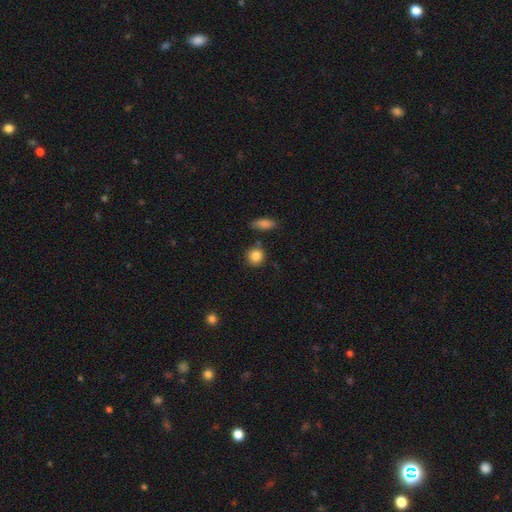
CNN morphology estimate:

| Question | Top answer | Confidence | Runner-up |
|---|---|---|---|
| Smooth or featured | smooth | 87% | star or artifact (8%) |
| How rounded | round | 85% | in between (13%) |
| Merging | none | 80% | minor disturbance (11%) |